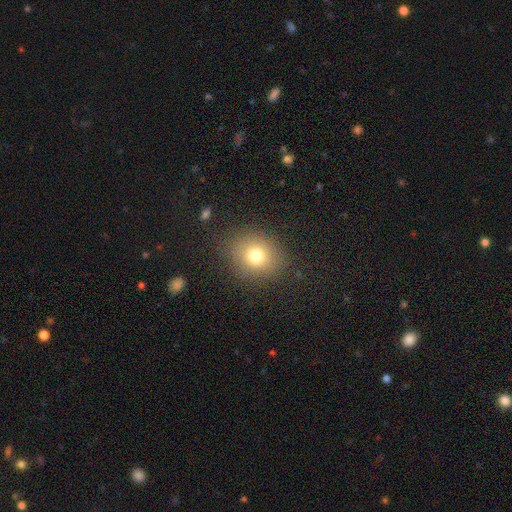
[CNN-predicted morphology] A smooth galaxy with no disk features (75%) that is round (70%).

Vote fractions:
- Smooth or featured? smooth: 75% / star or artifact: 14% / featured or disk: 11%
- How rounded? round: 70% / in between: 29% / cigar-shaped: 1%
- Merging? none: 84% / minor disturbance: 10% / major disturbance: 5% / merger: 1%